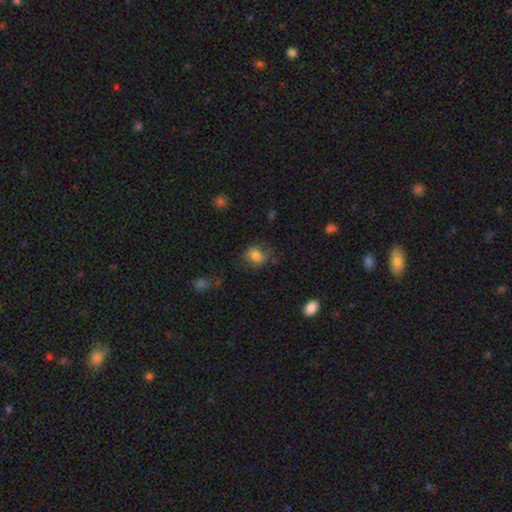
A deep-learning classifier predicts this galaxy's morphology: type=smooth (78%); roundness=round (54%); merging=none (62%).